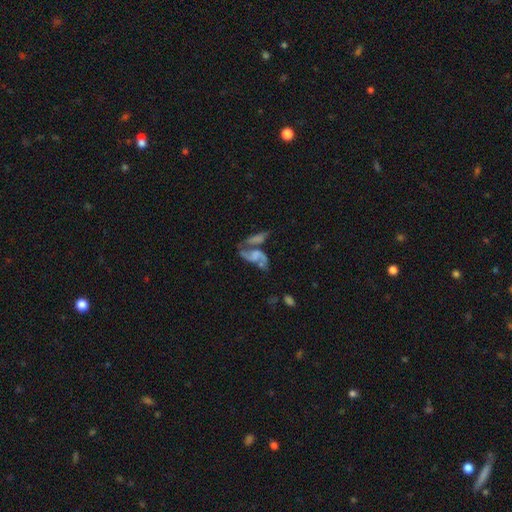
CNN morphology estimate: smooth-or-featured: featured or disk: 66% | smooth: 24% | star or artifact: 10%
  disk-edge-on: no: 94% | yes: 6%
    bar: no: 61% | weak: 29% | strong: 9%
    has-spiral-arms: yes: 79% | no: 21%
    bulge-size: none: 50% | small: 23% | moderate: 18% | large: 7% | dominant: 2%
  merging: merger: 44% | none: 26% | major disturbance: 18% | minor disturbance: 12%